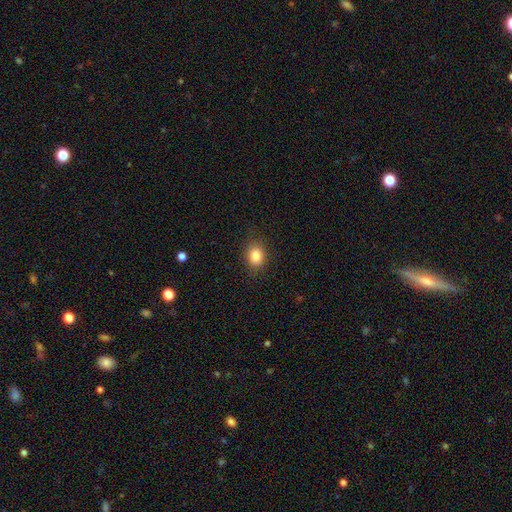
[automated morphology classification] A smooth galaxy with no disk features (84%) that is in between round and cigar-shaped (50%).

Vote fractions:
- Smooth or featured? smooth: 84% / star or artifact: 10% / featured or disk: 6%
- How rounded? in between: 50% / round: 49% / cigar-shaped: 1%
- Merging? none: 87% / minor disturbance: 10% / major disturbance: 3% / merger: 1%